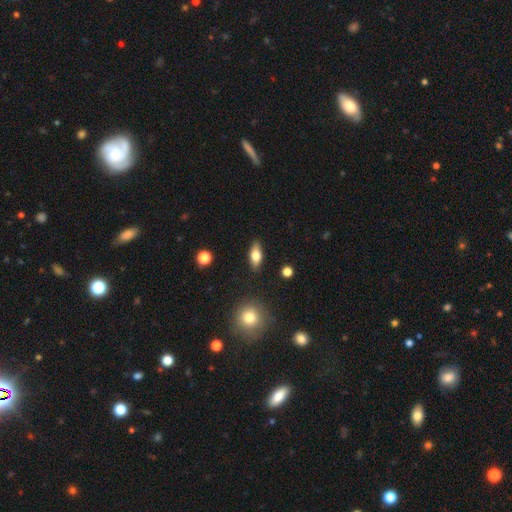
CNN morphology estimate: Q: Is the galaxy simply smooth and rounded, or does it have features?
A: smooth — 66%.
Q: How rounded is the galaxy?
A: in between — 77%.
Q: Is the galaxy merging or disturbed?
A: none — 87%.